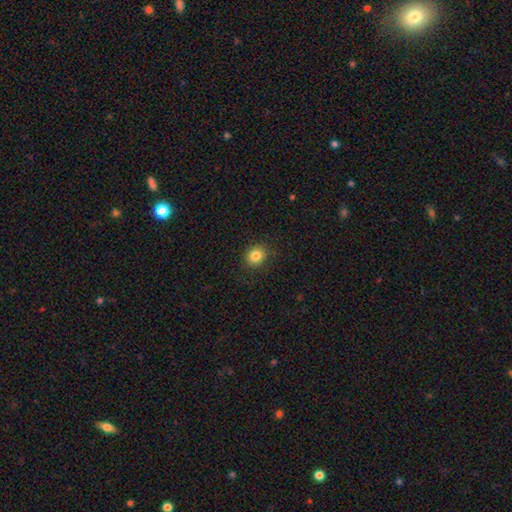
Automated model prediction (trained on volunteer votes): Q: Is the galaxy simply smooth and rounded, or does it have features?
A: smooth — 83%.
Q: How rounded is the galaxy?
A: round — 73%.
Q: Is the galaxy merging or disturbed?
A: none — 88%.